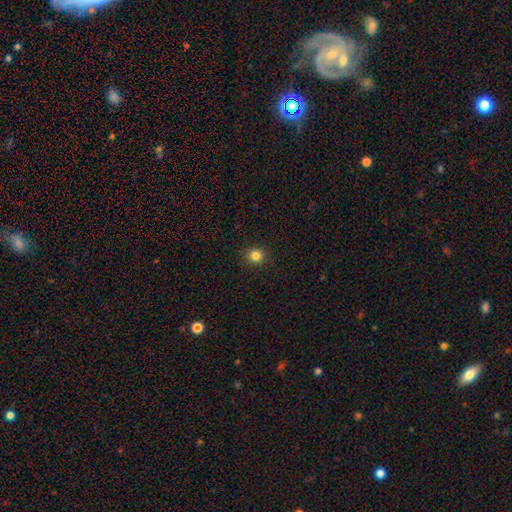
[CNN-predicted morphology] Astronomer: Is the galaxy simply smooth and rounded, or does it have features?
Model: smooth — 83%.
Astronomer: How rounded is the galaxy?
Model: round — 89%.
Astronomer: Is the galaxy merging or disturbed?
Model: none — 91%.